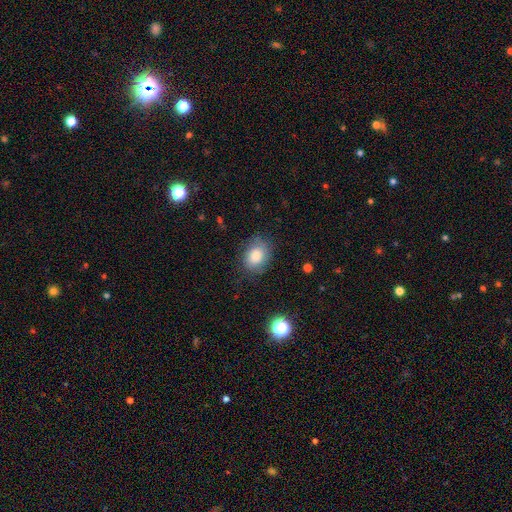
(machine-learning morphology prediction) This appears to be a smooth galaxy with no disk features (83%) that is in between round and cigar-shaped (65%). Merging: none (76%).